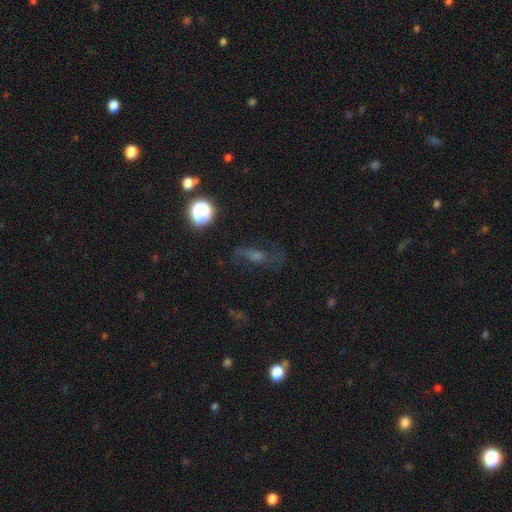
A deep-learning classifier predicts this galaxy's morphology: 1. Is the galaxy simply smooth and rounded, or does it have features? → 43% featured or disk, 31% star or artifact, 25% smooth.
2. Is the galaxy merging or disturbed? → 68% none, 17% minor disturbance, 12% major disturbance, 3% merger.